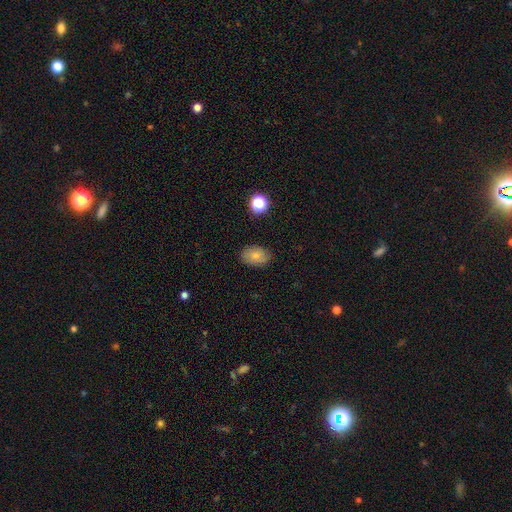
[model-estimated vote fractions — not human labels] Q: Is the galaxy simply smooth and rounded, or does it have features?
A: smooth — 71%.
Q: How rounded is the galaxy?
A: in between — 80%.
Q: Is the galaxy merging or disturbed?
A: none — 82%.